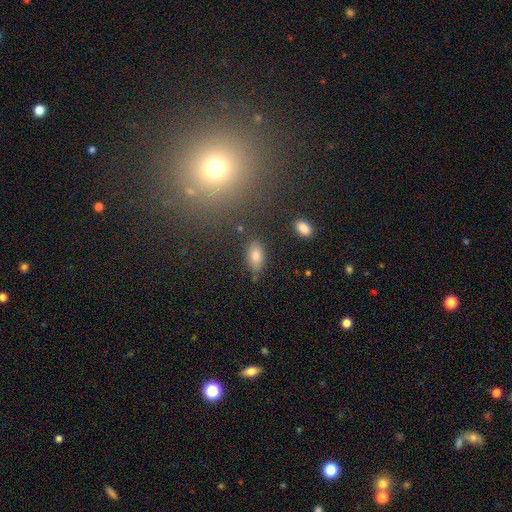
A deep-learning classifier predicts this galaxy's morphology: The model was most divided on "smooth or featured": smooth: 73%, star or artifact: 15%, featured or disk: 12%. More confident: how rounded — in between (88%); merging — none (83%).